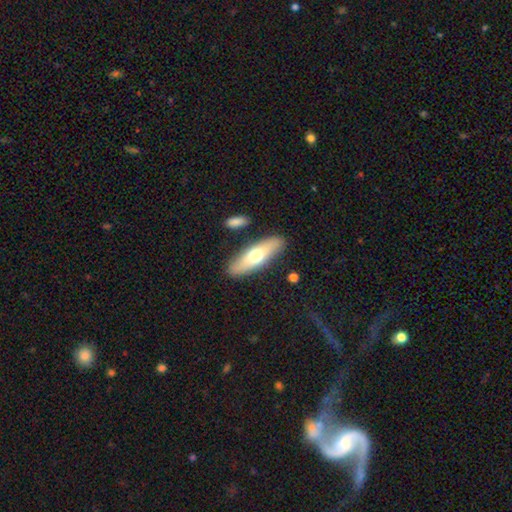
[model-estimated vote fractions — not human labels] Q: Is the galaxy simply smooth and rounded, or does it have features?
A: smooth — 61%.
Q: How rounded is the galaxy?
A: cigar-shaped — 49%.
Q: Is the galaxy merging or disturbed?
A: none — 86%.